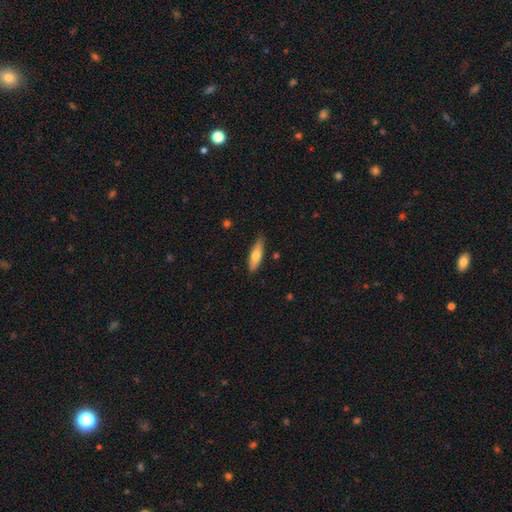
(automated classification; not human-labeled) Smooth or featured? Predicted: smooth (p=0.65). How rounded? Predicted: cigar-shaped (p=0.55). Merging? Predicted: none (p=0.83).